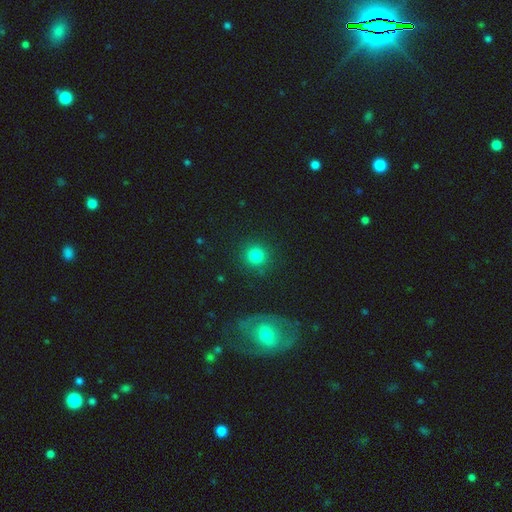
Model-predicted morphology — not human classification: This is clearly a smooth galaxy (81%). How rounded: clearly round (93%). Merging: clearly none (89%).